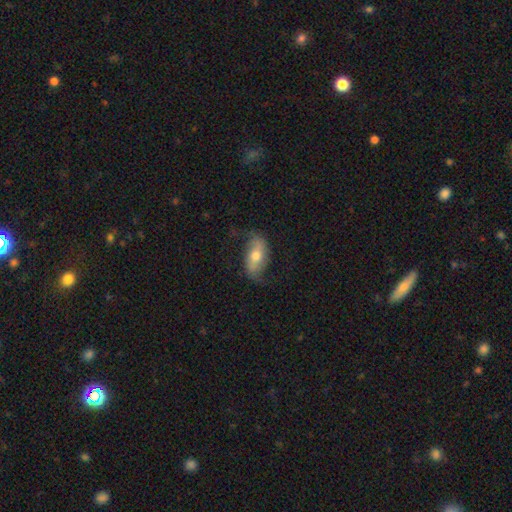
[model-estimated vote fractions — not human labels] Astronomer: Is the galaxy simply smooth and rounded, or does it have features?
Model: featured or disk — 58% (runner-up: smooth, 35%).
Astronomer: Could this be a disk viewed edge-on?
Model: no — 88%.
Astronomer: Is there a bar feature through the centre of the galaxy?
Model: no — 38% (runner-up: weak, 33%).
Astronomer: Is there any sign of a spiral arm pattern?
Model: yes — 80%.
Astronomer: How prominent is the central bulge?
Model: moderate — 68%.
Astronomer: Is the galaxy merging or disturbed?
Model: none — 69%.